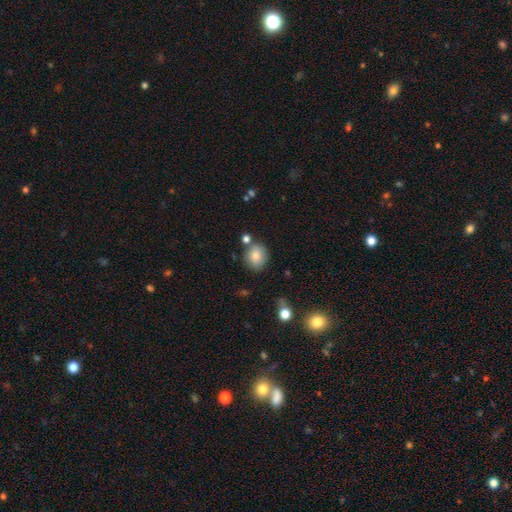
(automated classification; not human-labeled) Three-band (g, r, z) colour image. It shows a smooth galaxy with no disk features (83%) that is round (67%). Merging: none (75%).